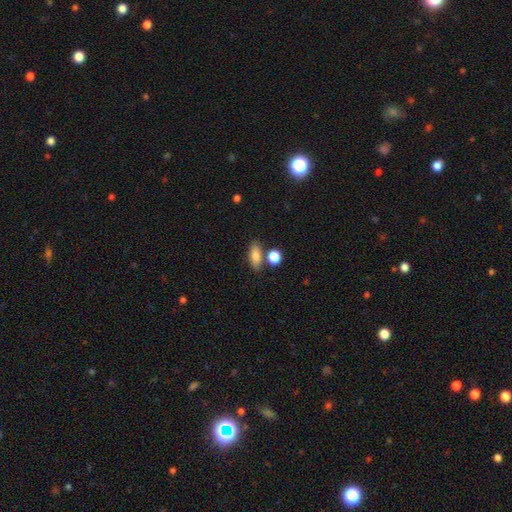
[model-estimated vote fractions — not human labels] Smooth or featured: smooth — 82% (featured or disk — 9%)
How rounded: in between — 78% (cigar-shaped — 12%)
Merging: none — 70% (merger — 14%)